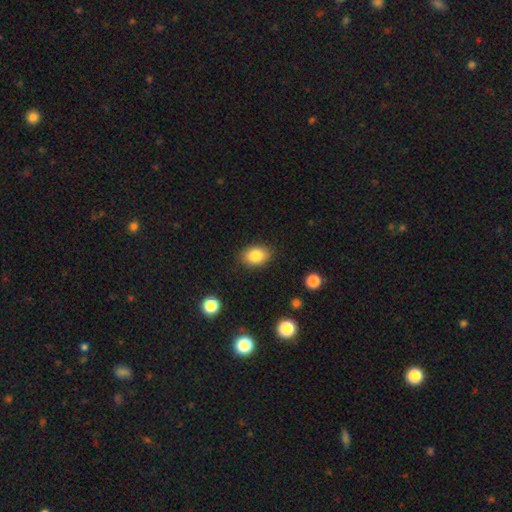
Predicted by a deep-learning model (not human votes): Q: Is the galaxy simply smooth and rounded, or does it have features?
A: smooth — 84%.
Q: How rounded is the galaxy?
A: in between — 74%.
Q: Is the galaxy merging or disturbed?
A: none — 86%.